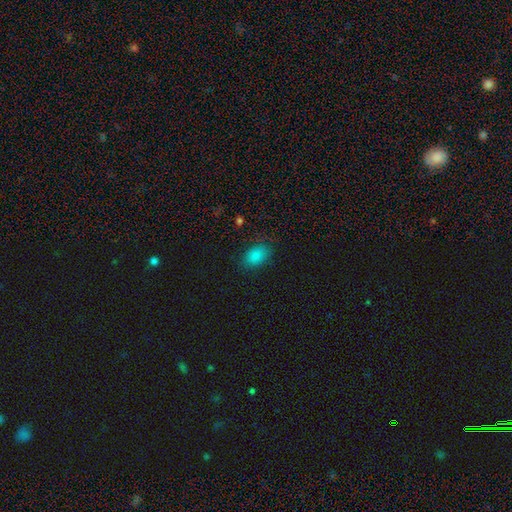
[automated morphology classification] The model was most divided on "merging": none: 83%, minor disturbance: 13%, major disturbance: 3%, merger: 1%. More confident: how rounded — in between (86%); smooth or featured — smooth (84%).